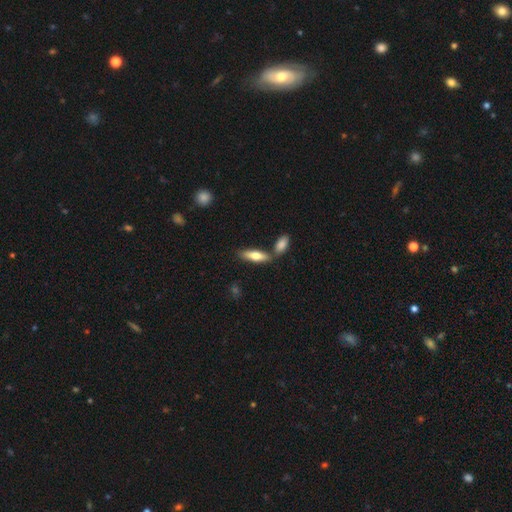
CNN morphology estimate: Q: Smooth or featured?
A: smooth (67%); runner-up: featured or disk (28%)
Q: How rounded?
A: cigar-shaped (54%); runner-up: in between (44%)
Q: Merging?
A: none (67%); runner-up: merger (19%)